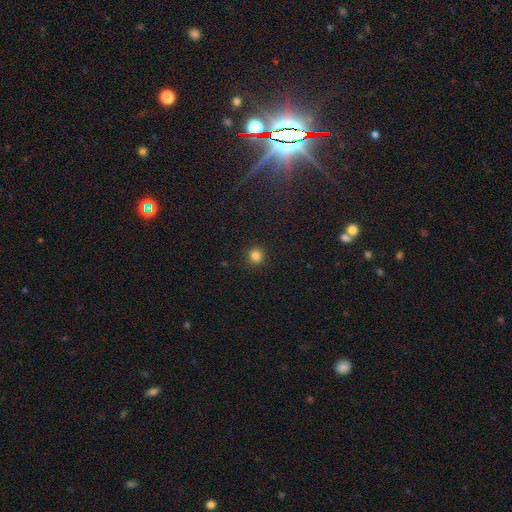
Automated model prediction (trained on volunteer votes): The model was most divided on "smooth or featured": smooth: 84%, star or artifact: 13%, featured or disk: 4%. More confident: how rounded — round (92%); merging — none (91%).